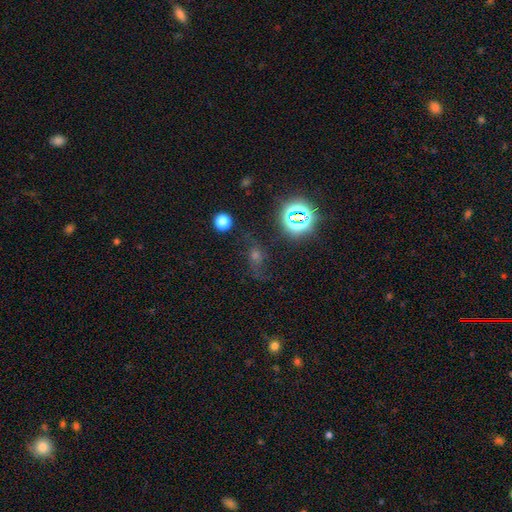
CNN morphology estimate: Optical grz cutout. It shows a star or artifact, not a galaxy (43%).